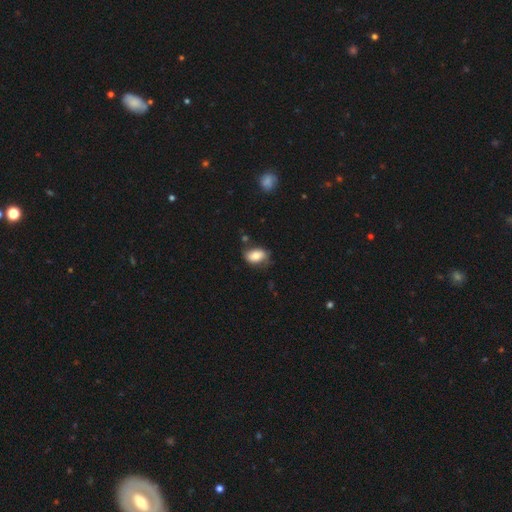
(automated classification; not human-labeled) smooth_or_featured: smooth (p=0.79) [alt: featured or disk p=0.14]
how_rounded: in between (p=0.87) [alt: round p=0.11]
merging: none (p=0.60) [alt: minor disturbance p=0.28]